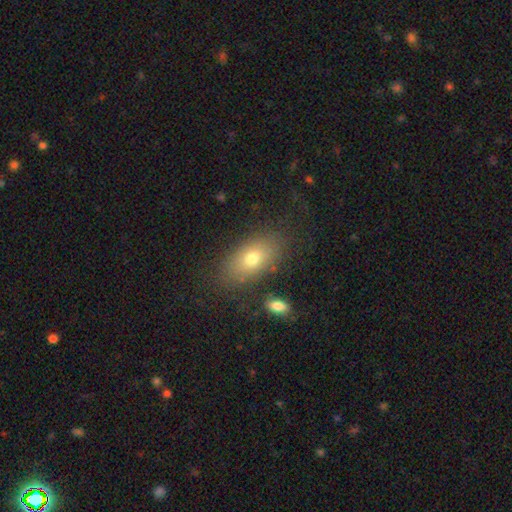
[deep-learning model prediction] A smooth galaxy with no disk features (71%) that is in between round and cigar-shaped (87%). Merging: none (80%).